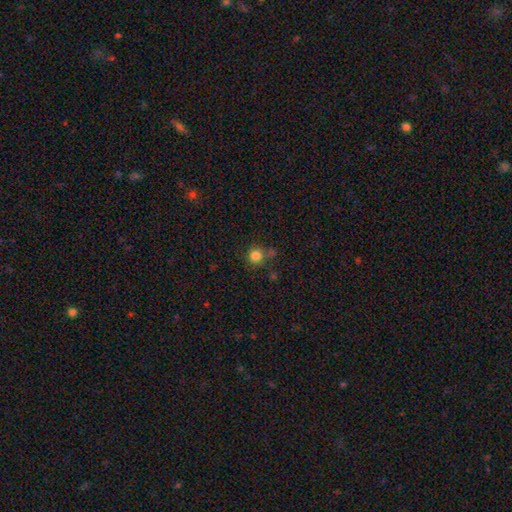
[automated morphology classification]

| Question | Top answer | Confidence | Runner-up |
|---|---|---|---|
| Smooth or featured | smooth | 82% | star or artifact (13%) |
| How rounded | round | 90% | in between (9%) |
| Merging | none | 64% | minor disturbance (18%) |